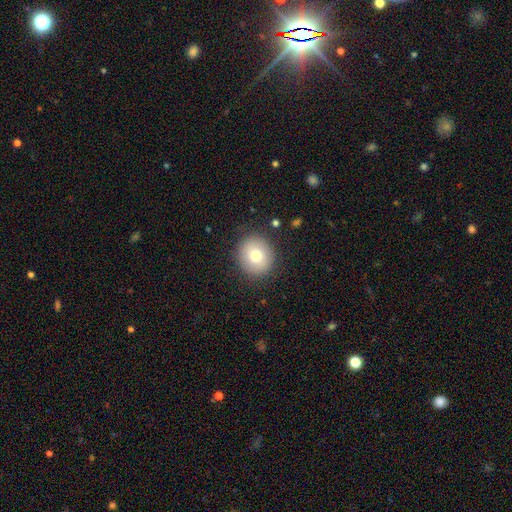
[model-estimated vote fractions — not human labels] smooth-or-featured: smooth: 75% | featured or disk: 15% | star or artifact: 10%
  how-rounded: round: 90% | in between: 9% | cigar-shaped: 1%
  merging: none: 88% | minor disturbance: 8% | major disturbance: 3% | merger: 1%